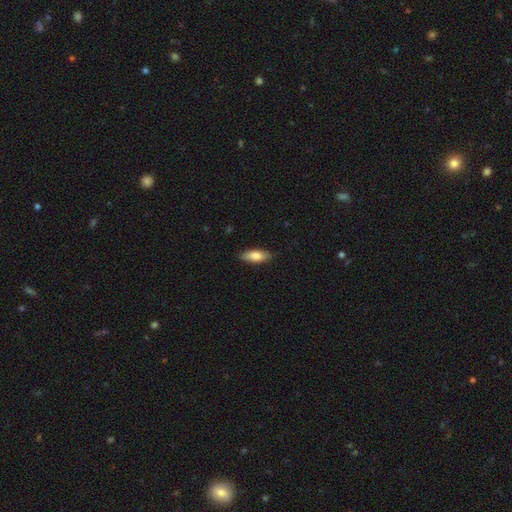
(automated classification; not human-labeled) This is likely a smooth galaxy (79%). How rounded: likely in between (70%). Merging: clearly none (86%).